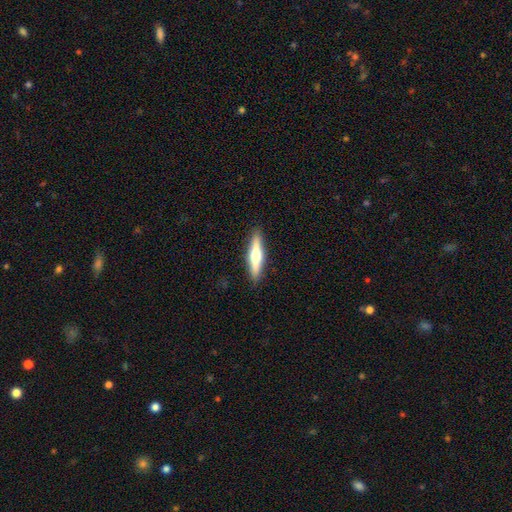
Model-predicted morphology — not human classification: A featured or disk galaxy (57%) viewed edge-on (95%) with a rounded central bulge (94%). Merging: none (91%).